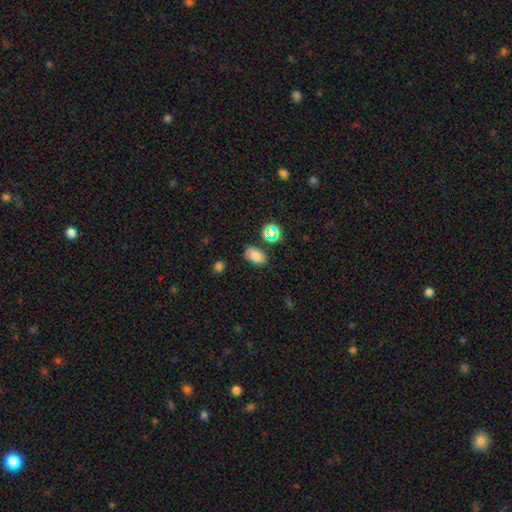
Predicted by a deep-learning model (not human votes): Overall: smooth (78%). How rounded: in between (89%). Merging: none (79%).